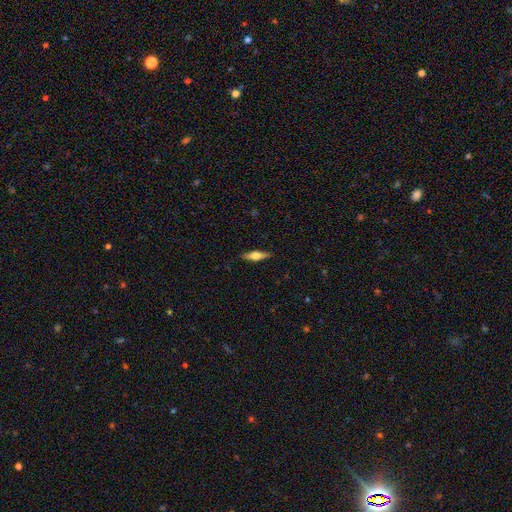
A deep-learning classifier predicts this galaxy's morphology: A featured or disk galaxy (47%, tied with smooth). Merging: none (89%).